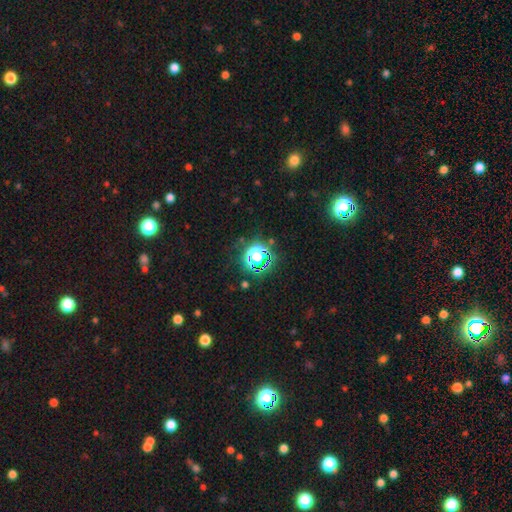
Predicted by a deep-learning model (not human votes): Smooth or featured? star or artifact (60%)